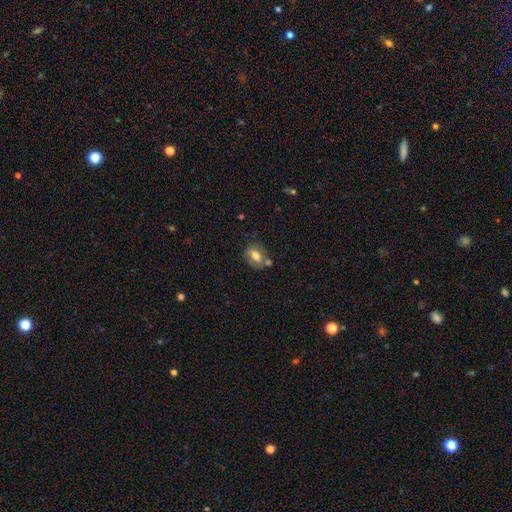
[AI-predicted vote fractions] This appears to be a smooth galaxy with no disk features (67%) that is in between round and cigar-shaped (73%). Merging: none (61%).